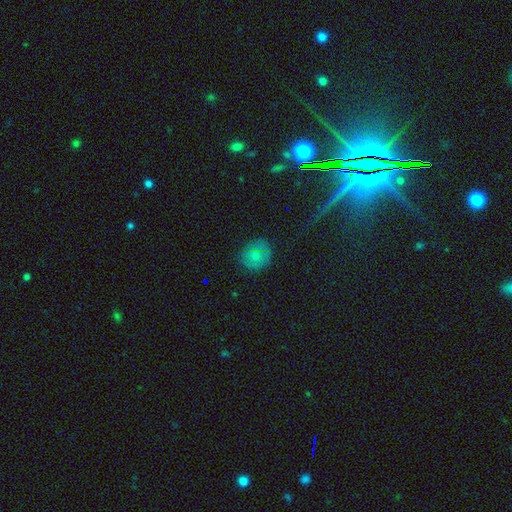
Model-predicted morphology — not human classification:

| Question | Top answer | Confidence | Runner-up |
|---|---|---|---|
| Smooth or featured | smooth | 71% | featured or disk (17%) |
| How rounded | round | 79% | in between (20%) |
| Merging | none | 78% | minor disturbance (16%) |